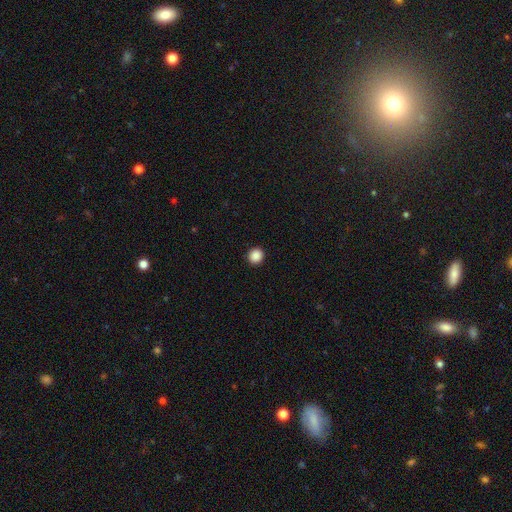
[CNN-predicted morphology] Smooth or featured? smooth (88%)
How rounded? round (92%)
Merging? none (93%)